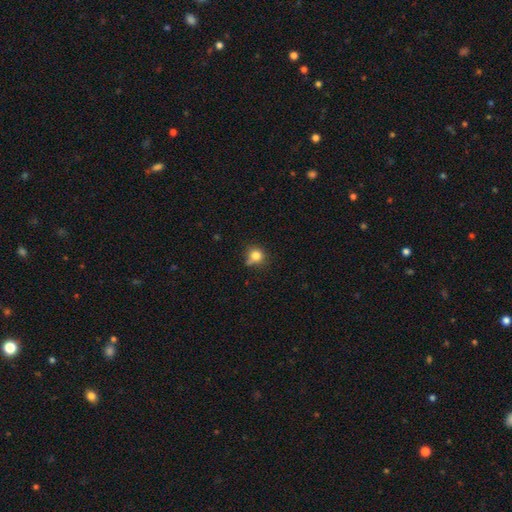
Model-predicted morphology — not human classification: Smooth or featured?
  - smooth: 79% *
  - star or artifact: 12%
  - featured or disk: 8%
How rounded?
  - round: 80% *
  - in between: 19%
  - cigar-shaped: 1%
Merging?
  - none: 57% *
  - minor disturbance: 27%
  - major disturbance: 8%
  - merger: 8%